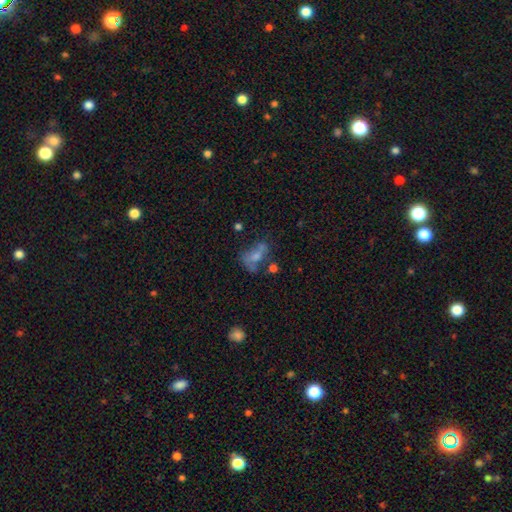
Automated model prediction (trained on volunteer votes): Q: Smooth or featured?
A: smooth (51%); runner-up: featured or disk (35%)
Q: How rounded?
A: in between (79%); runner-up: round (16%)
Q: Merging?
A: none (28%); runner-up: major disturbance (27%)